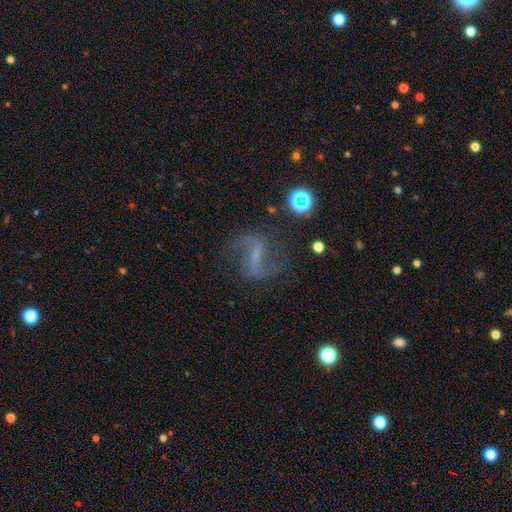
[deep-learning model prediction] This appears to be a featured or disk galaxy (78%) with a strong bar (50%), 2 (90%) loose (65%) spiral arms (92%) and a small central bulge (44%). Merging: none (74%).